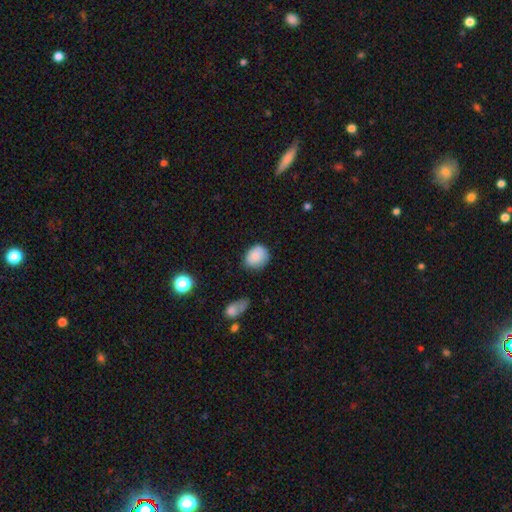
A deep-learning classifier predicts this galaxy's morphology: Overall: smooth (86%). How rounded: round (52%; in between 47%). Merging: none (66%; minor disturbance 27%).